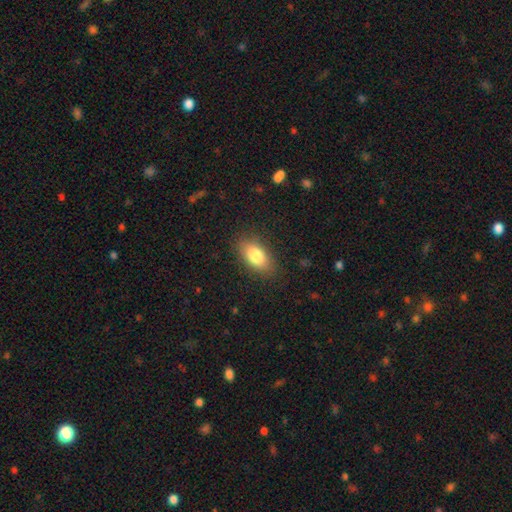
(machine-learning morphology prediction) Smooth or featured: smooth — 82% (featured or disk — 10%)
How rounded: in between — 90% (round — 6%)
Merging: none — 85% (minor disturbance — 11%)